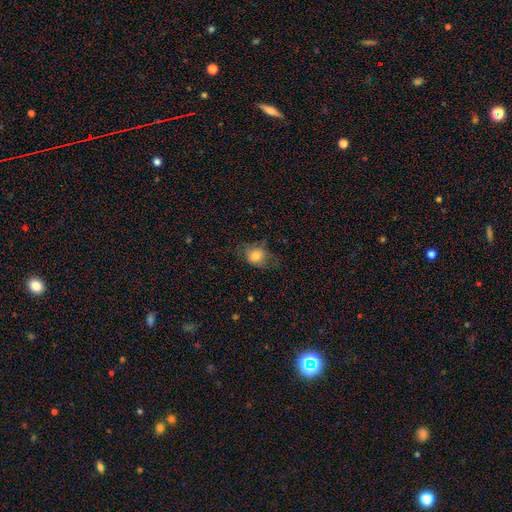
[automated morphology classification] smooth-or-featured: smooth: 77% | featured or disk: 14% | star or artifact: 10%
  how-rounded: round: 51% | in between: 48% | cigar-shaped: 1%
  merging: none: 55% | minor disturbance: 28% | major disturbance: 16% | merger: 1%